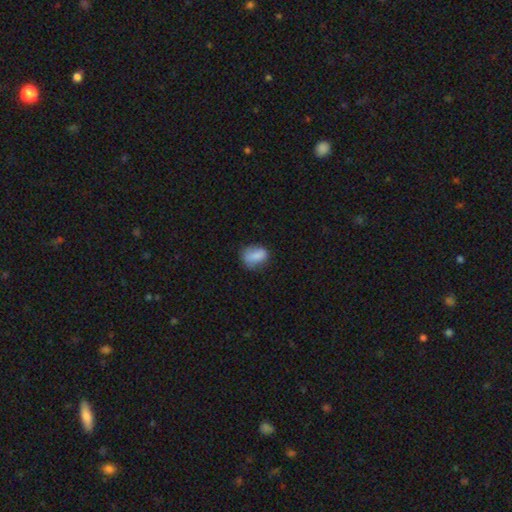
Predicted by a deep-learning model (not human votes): Morphology: type=smooth (81%); roundness=in between (74%); merging=none (62%).